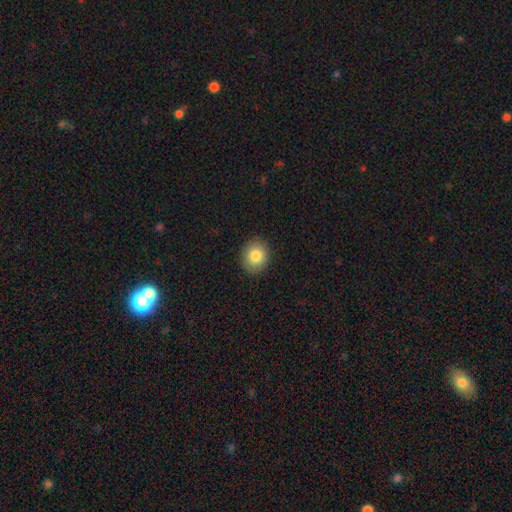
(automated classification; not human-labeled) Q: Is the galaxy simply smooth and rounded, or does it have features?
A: smooth — 84%.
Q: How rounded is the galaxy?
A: round — 68%.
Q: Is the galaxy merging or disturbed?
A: none — 90%.